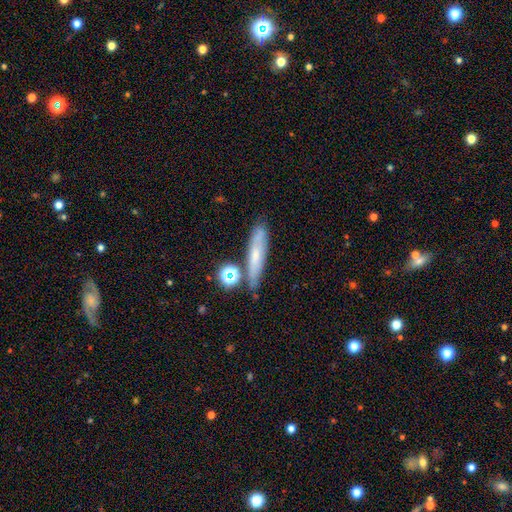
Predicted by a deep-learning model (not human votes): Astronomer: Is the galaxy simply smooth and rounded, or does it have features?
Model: smooth — 52% (runner-up: featured or disk, 34%).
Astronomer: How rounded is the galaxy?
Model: cigar-shaped — 74%.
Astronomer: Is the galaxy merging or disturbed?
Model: none — 66%.